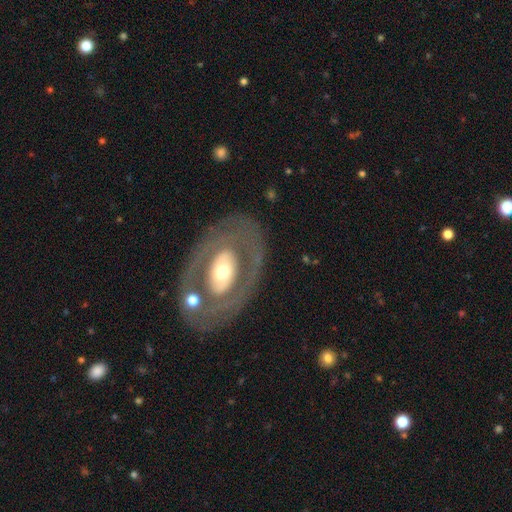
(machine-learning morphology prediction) This appears to be a featured or disk galaxy (74%) with no bar (64%), no spiral arms (65%) and a moderate central bulge (61%). Merging: none (76%).